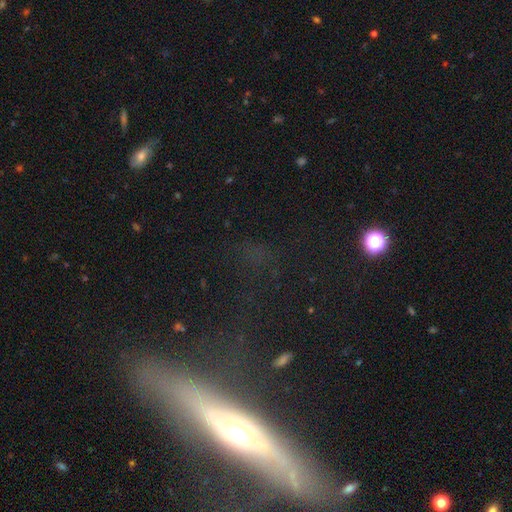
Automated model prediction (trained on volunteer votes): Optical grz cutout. It shows a featured or disk galaxy (59%) viewed edge-on (60%). Merging: none (59%).